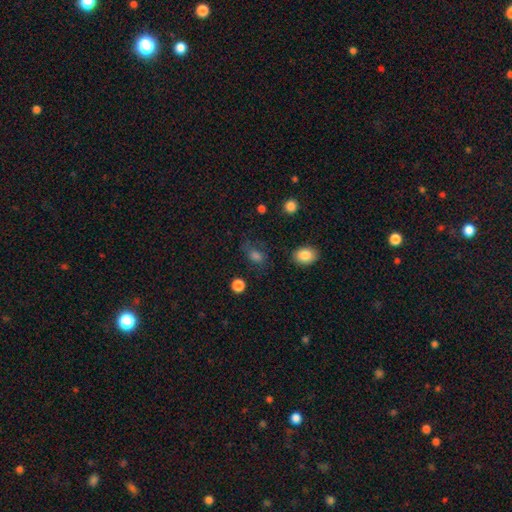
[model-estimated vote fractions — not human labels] Morphology: type=smooth (71%); roundness=in between (69%); merging=none (62%).